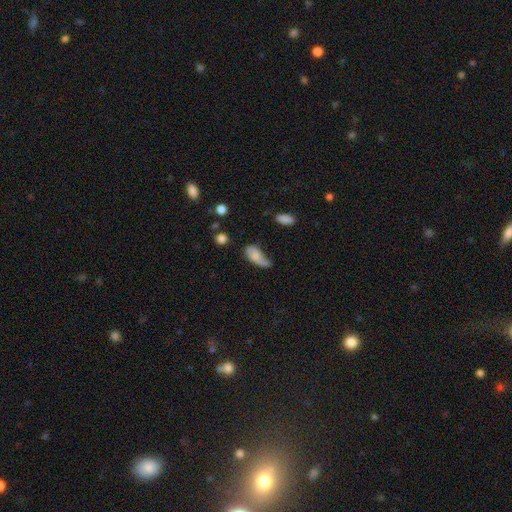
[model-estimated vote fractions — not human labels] Morphology: type=smooth (59%); roundness=in between (88%); merging=minor disturbance (37%).